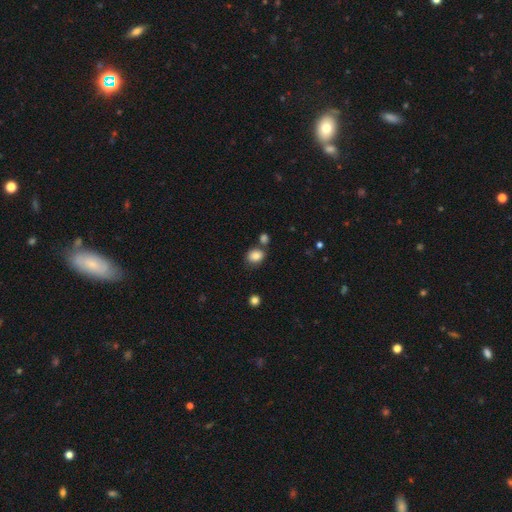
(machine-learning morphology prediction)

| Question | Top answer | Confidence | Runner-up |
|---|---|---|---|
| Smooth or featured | smooth | 84% | star or artifact (10%) |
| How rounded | round | 57% | in between (42%) |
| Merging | none | 68% | merger (16%) |